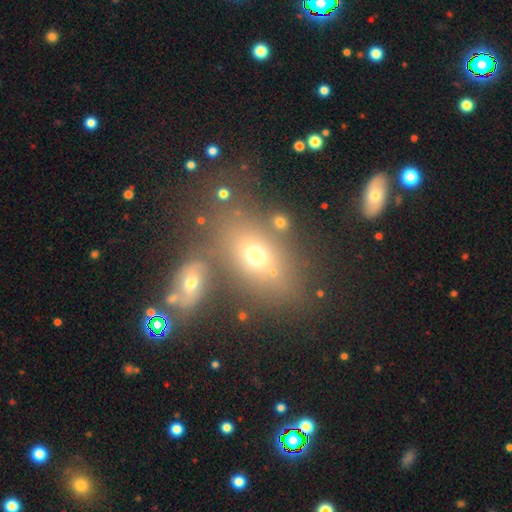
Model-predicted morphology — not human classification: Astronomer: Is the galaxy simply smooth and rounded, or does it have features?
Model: smooth — 64%.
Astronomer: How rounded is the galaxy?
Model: in between — 75%.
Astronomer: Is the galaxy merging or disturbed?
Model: none — 60%.